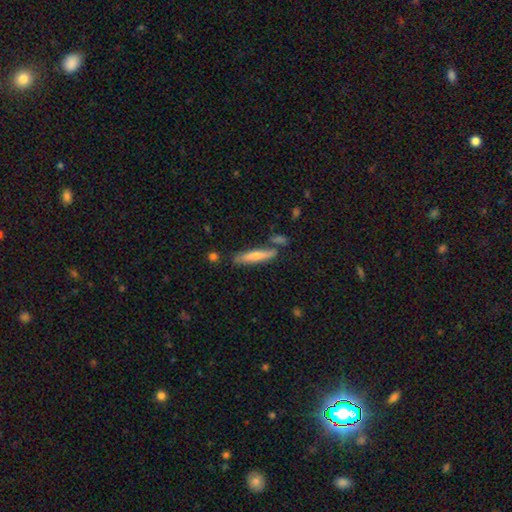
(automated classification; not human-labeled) A smooth galaxy with no disk features (62%) that is cigar-shaped (89%).

Vote fractions:
- Smooth or featured? smooth: 62% / featured or disk: 32% / star or artifact: 6%
- How rounded? cigar-shaped: 89% / in between: 9% / round: 1%
- Merging? none: 75% / minor disturbance: 14% / merger: 8% / major disturbance: 3%